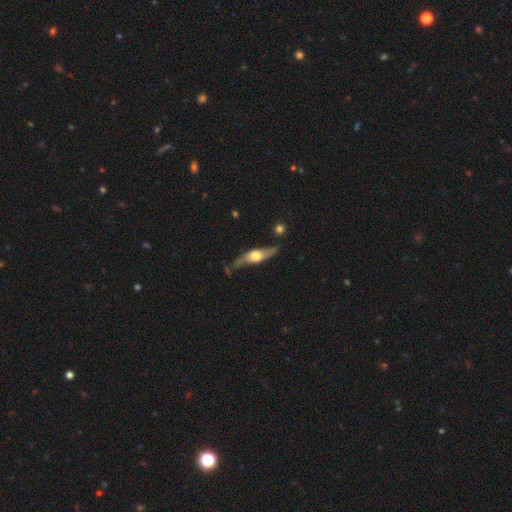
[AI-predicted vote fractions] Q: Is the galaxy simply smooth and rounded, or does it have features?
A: featured or disk — 67%.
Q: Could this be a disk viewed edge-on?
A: yes — 64%.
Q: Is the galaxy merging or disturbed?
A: none — 62%.